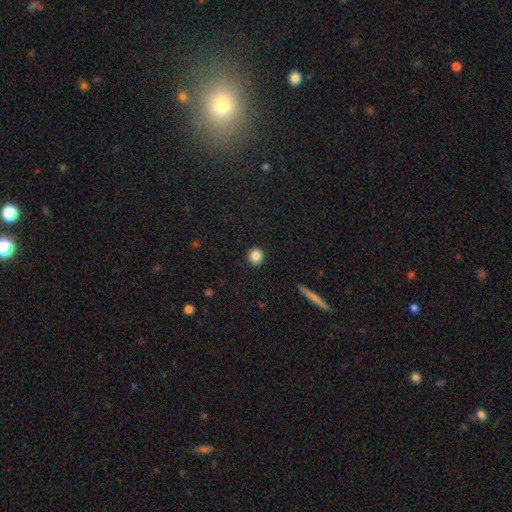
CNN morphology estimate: smooth 86%, star or artifact 9%, featured or disk 5%. Down the decision tree: how rounded — round (93%); merging — none (92%).